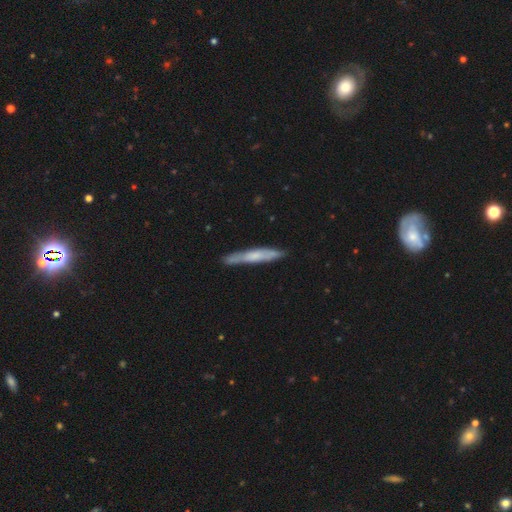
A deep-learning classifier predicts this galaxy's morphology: smooth 51%, featured or disk 43%, star or artifact 6%. Down the decision tree: how rounded — cigar-shaped (94%); merging — none (83%).